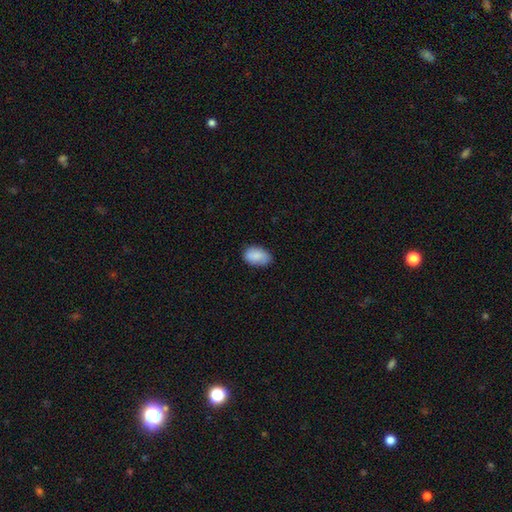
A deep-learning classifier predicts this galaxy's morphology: Overall: smooth (86%). How rounded: in between (90%). Merging: none (71%).